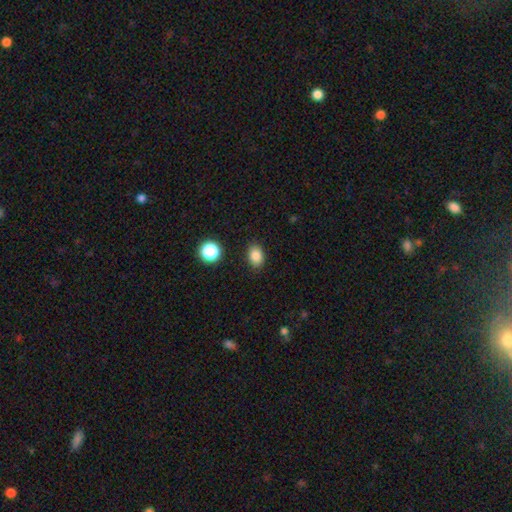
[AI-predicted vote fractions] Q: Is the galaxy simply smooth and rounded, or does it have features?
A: smooth — 84%.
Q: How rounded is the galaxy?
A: in between — 74%.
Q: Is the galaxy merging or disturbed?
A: none — 87%.